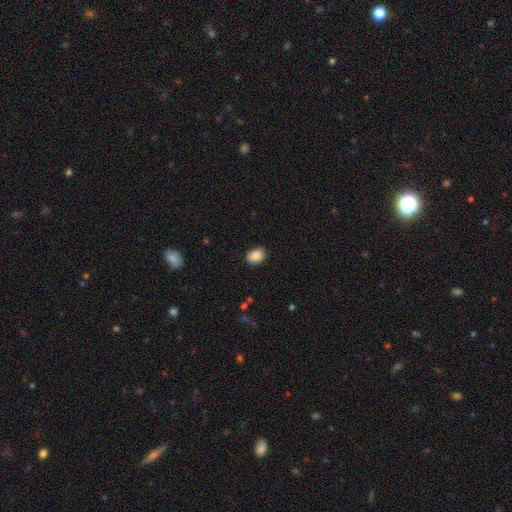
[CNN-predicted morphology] A smooth galaxy with no disk features (88%) that is in between round and cigar-shaped (62%).

Vote fractions:
- Smooth or featured? smooth: 88% / star or artifact: 8% / featured or disk: 4%
- How rounded? in between: 62% / round: 37% / cigar-shaped: 1%
- Merging? none: 87% / minor disturbance: 10% / major disturbance: 2% / merger: 1%